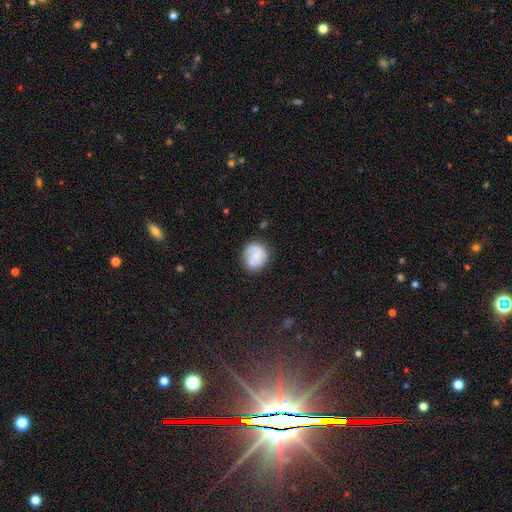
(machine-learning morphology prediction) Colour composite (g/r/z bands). It shows a smooth galaxy with no disk features (62%) that is round (78%). Merging: none (72%).